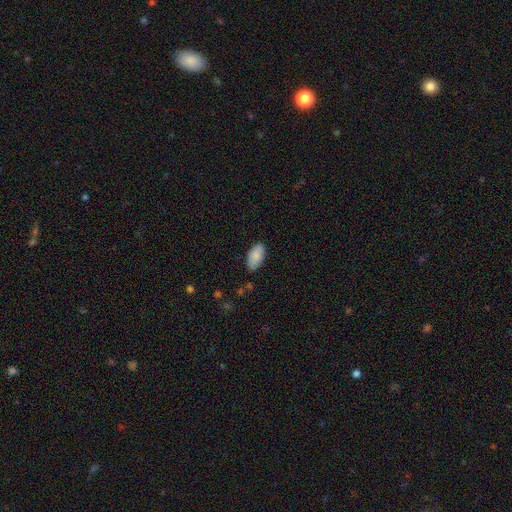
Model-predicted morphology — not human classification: type=smooth (86%); roundness=in between (95%); merging=none (81%).